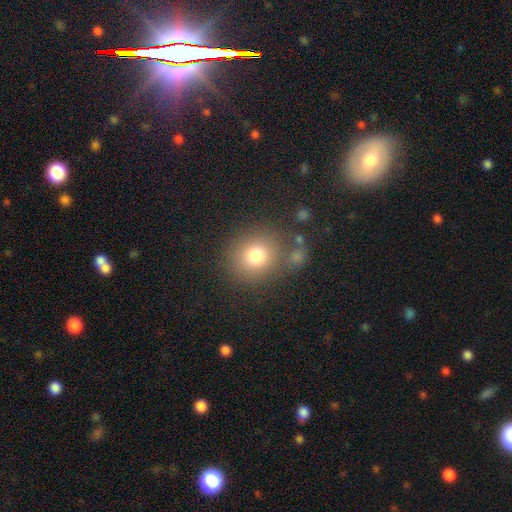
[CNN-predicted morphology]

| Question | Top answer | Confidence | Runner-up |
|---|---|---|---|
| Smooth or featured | smooth | 78% | star or artifact (12%) |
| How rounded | round | 83% | in between (16%) |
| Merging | none | 74% | minor disturbance (12%) |